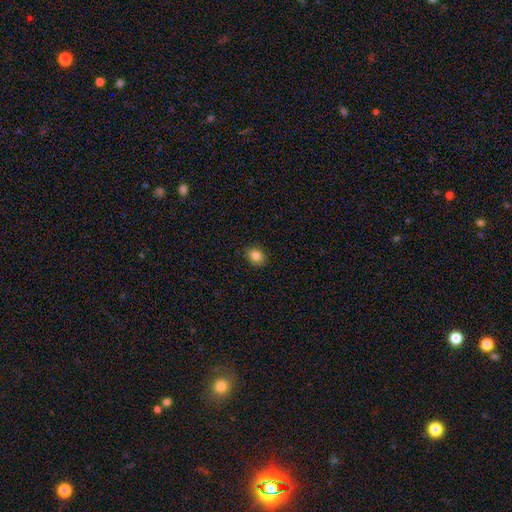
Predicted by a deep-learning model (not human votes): Overall: smooth (84%). How rounded: in between (52%; round 47%). Merging: none (87%).